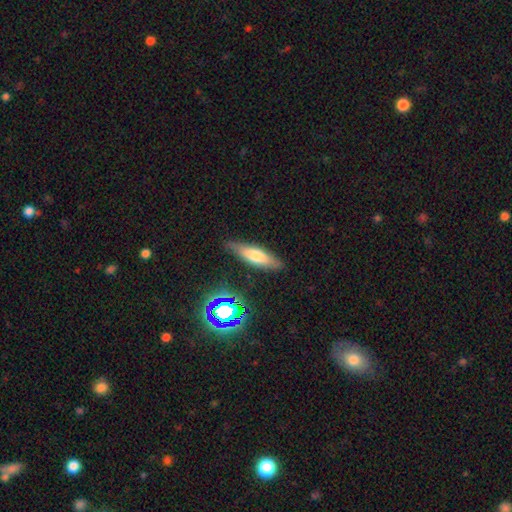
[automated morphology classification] Smooth or featured?
  - smooth: 63% *
  - featured or disk: 28%
  - star or artifact: 9%
How rounded?
  - cigar-shaped: 61% *
  - in between: 37%
  - round: 2%
Merging?
  - none: 82% *
  - minor disturbance: 14%
  - major disturbance: 3%
  - merger: 2%